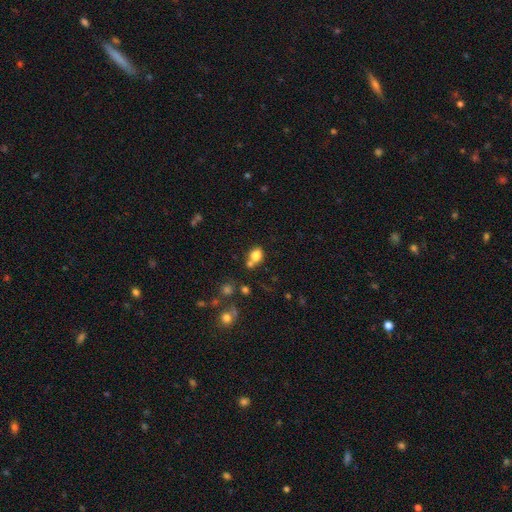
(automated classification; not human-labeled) The model was most divided on "how rounded": round: 54%, in between: 44%, cigar-shaped: 1%. More confident: smooth or featured — smooth (78%); merging — none (53%).